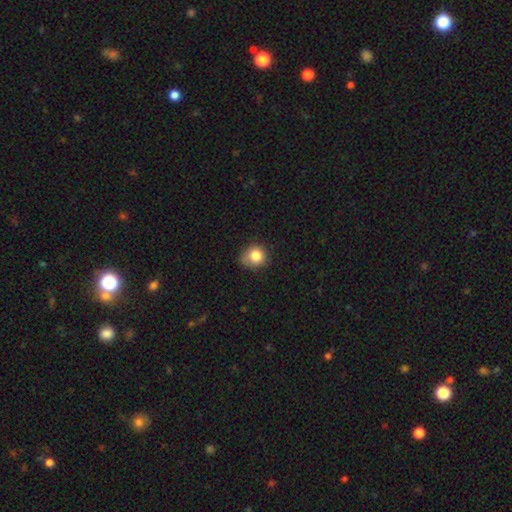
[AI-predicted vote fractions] Overall: smooth (83%). How rounded: round (80%). Merging: none (60%; minor disturbance 31%).